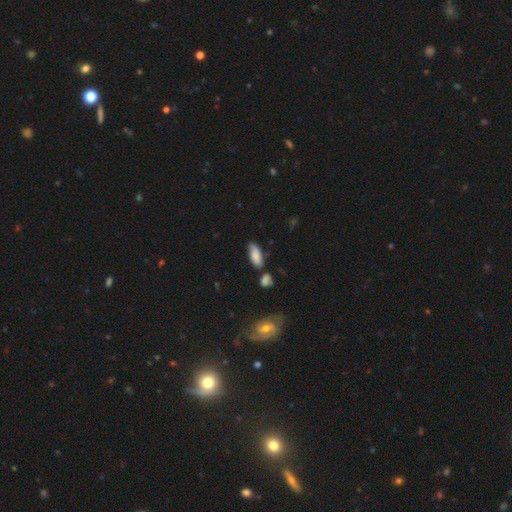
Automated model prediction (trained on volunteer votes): Smooth or featured? smooth (71%)
How rounded? in between (79%)
Merging? none (59%)